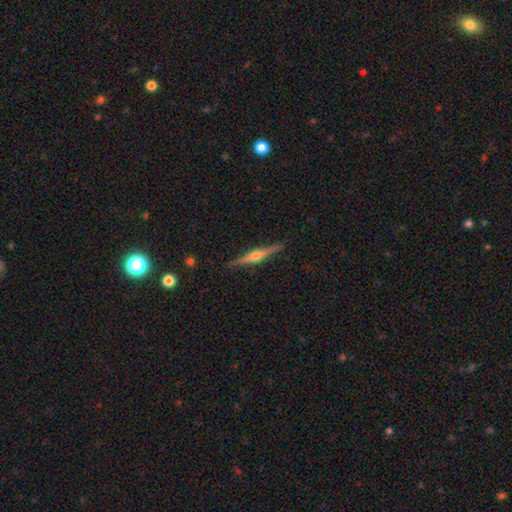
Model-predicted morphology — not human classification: smooth-or-featured: featured or disk: 78% | smooth: 17% | star or artifact: 6%
  disk-edge-on: yes: 98% | no: 2%
    edge-on-bulge: rounded: 93% | boxy: 4% | none: 3%
  merging: none: 90% | minor disturbance: 7% | major disturbance: 1% | merger: 1%